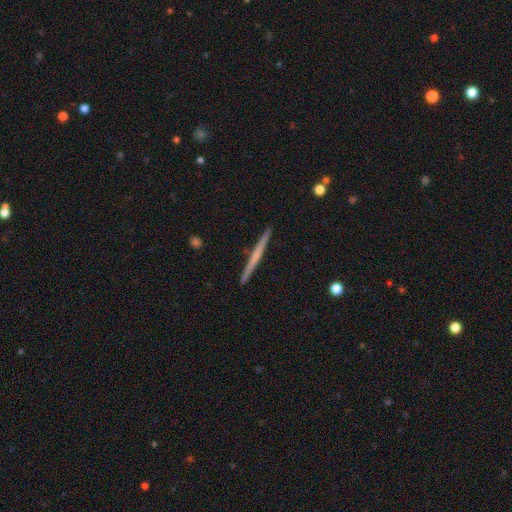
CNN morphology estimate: smooth_or_featured: featured or disk (p=0.56) [alt: smooth p=0.39]
disk_edge_on: yes (p=0.98) [alt: no p=0.02]
edge_on_bulge: none (p=0.76) [alt: rounded p=0.18]
merging: none (p=0.93) [alt: minor disturbance p=0.05]